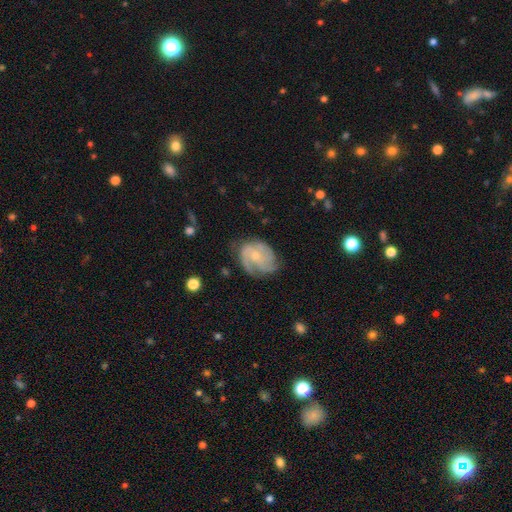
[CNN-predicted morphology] This is likely a featured or disk galaxy (79%). It is clearly not viewed edge-on (97%). Bar: likely no (72%). Spiral arm pattern: clearly yes (94%). Spiral arm count: marginally 3 (44%). Spiral winding: possibly tight (46%). Central bulge: possibly small (59%). Merging: likely none (65%).